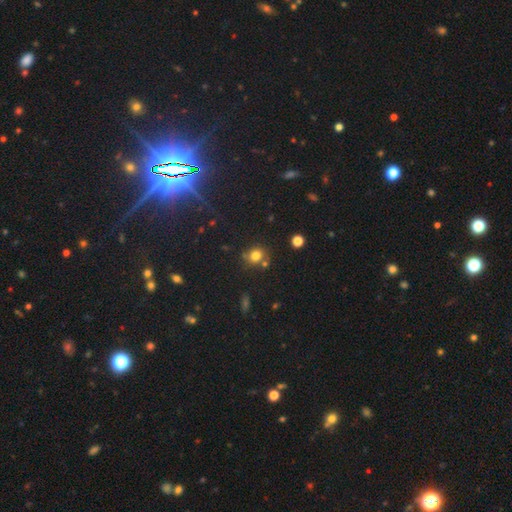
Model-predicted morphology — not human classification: Smooth or featured? smooth (77%)
How rounded? round (74%)
Merging? none (68%)